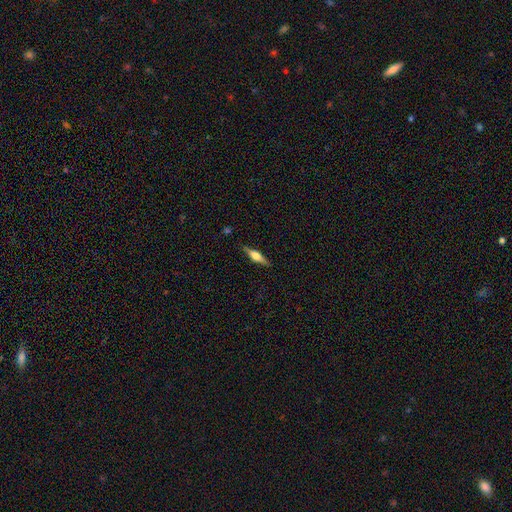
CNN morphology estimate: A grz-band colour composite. It shows a featured or disk galaxy (67%) viewed edge-on (97%) with a rounded central bulge (87%). Merging: none (88%).